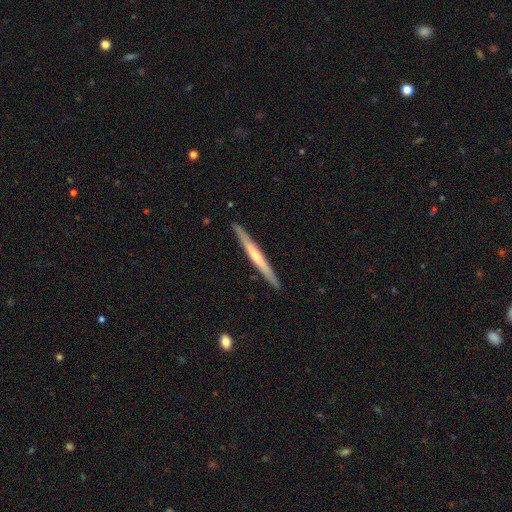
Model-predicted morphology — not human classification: smooth-or-featured: featured or disk: 56% | smooth: 39% | star or artifact: 5%
  disk-edge-on: yes: 96% | no: 4%
    edge-on-bulge: none: 55% | rounded: 38% | boxy: 7%
  merging: none: 91% | minor disturbance: 7% | major disturbance: 1% | merger: 1%